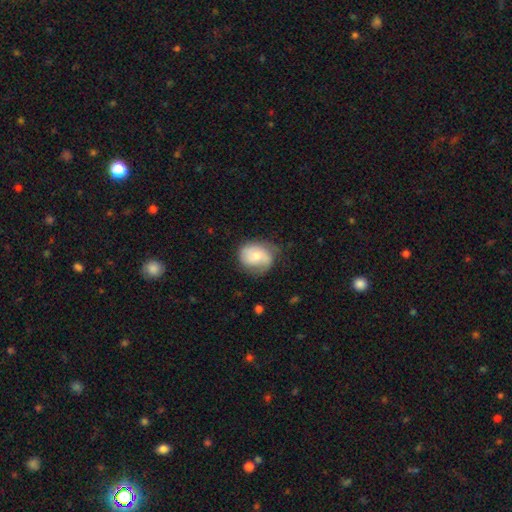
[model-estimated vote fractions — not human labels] Smooth or featured? Predicted: smooth (p=0.47). Merging? Predicted: none (p=0.53).